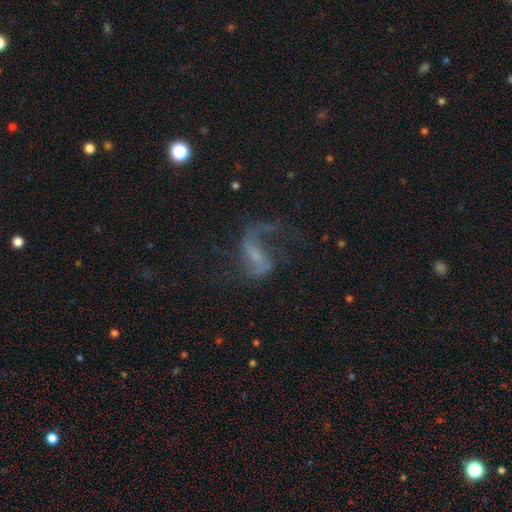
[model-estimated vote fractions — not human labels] This is likely a featured or disk galaxy (78%). It is clearly not viewed edge-on (96%). Bar: marginally weak (43%). Spiral arm pattern: clearly yes (90%). Spiral arm count: likely 2 (76%). Spiral winding: likely loose (76%). Central bulge: marginally small (43%). Merging: possibly none (49%).